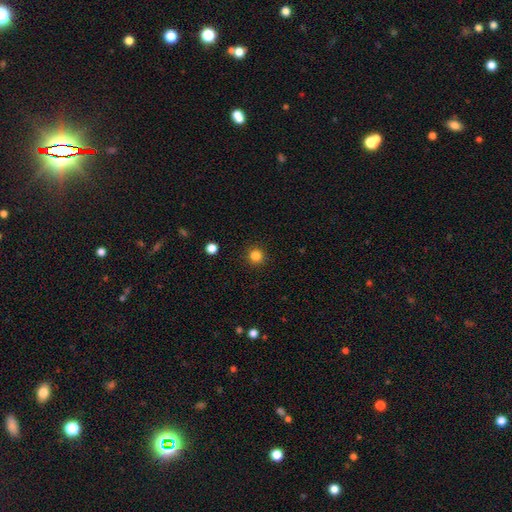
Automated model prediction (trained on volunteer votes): Q: Smooth or featured?
A: smooth (83%); runner-up: star or artifact (13%)
Q: How rounded?
A: round (94%); runner-up: in between (5%)
Q: Merging?
A: none (92%); runner-up: minor disturbance (5%)